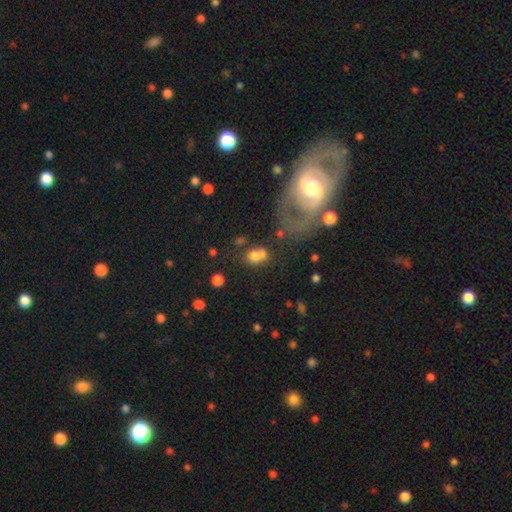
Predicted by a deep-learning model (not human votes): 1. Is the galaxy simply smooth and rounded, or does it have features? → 70% smooth, 16% featured or disk, 14% star or artifact.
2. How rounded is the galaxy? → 54% round, 44% in between, 2% cigar-shaped.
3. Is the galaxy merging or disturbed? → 38% merger, 36% none, 14% minor disturbance, 11% major disturbance.